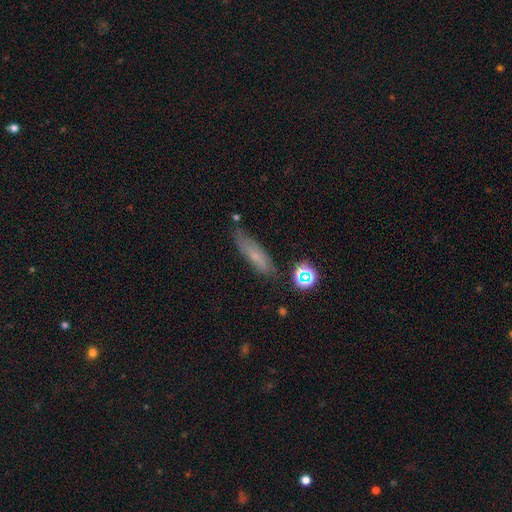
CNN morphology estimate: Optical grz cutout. It shows a smooth galaxy with no disk features (59%) that is cigar-shaped (59%). Merging: none (69%).